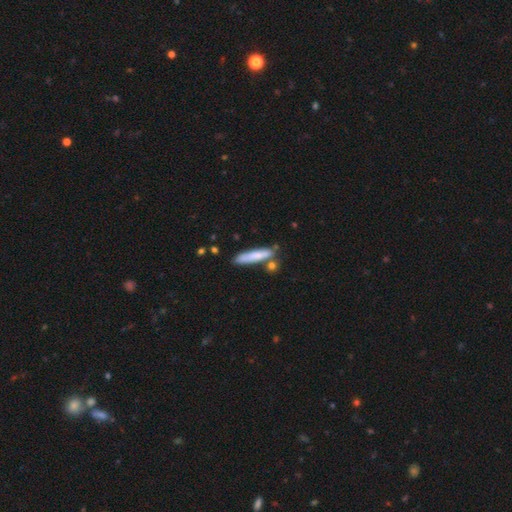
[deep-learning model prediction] Overall: smooth (75%). How rounded: cigar-shaped (86%). Merging: none (68%).